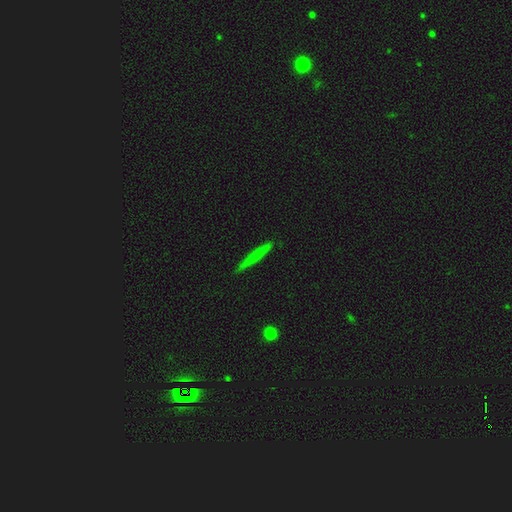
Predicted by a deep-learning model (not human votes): Overall: smooth (64%; featured or disk 30%). How rounded: cigar-shaped (96%). Merging: none (88%).